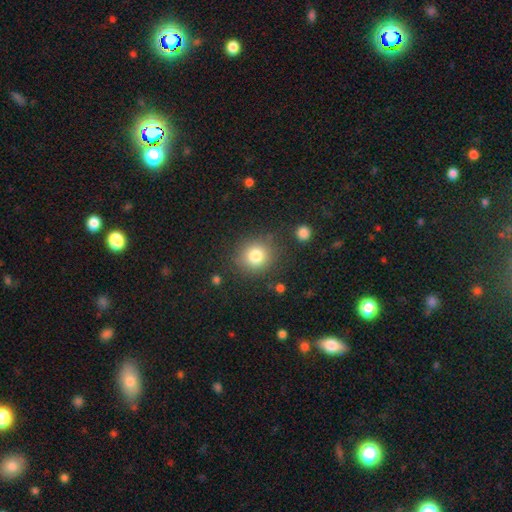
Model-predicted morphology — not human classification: smooth 80%, star or artifact 12%, featured or disk 8%. Down the decision tree: how rounded — round (87%); merging — none (83%).